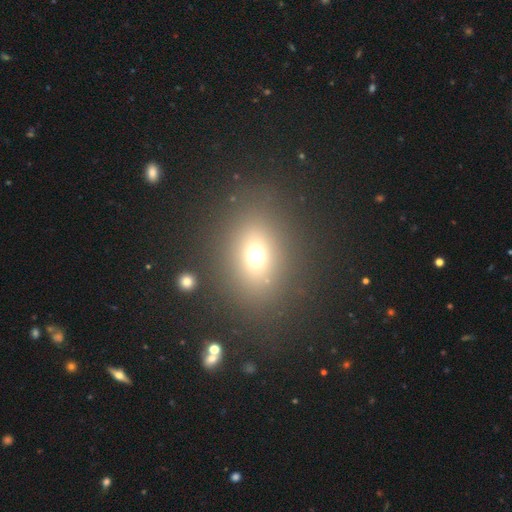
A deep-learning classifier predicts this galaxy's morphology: smooth_or_featured: smooth (p=0.67) [alt: star or artifact p=0.21]
how_rounded: round (p=0.51) [alt: in between p=0.47]
merging: none (p=0.82) [alt: minor disturbance p=0.09]